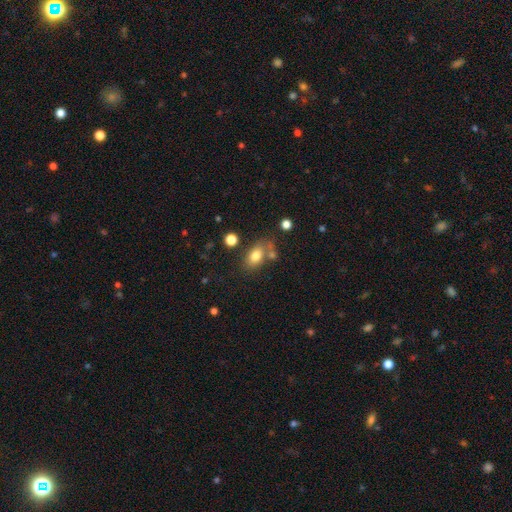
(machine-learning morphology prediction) smooth-or-featured: smooth: 78% | featured or disk: 12% | star or artifact: 10%
  how-rounded: in between: 83% | round: 14% | cigar-shaped: 3%
  merging: none: 62% | minor disturbance: 17% | merger: 15% | major disturbance: 6%